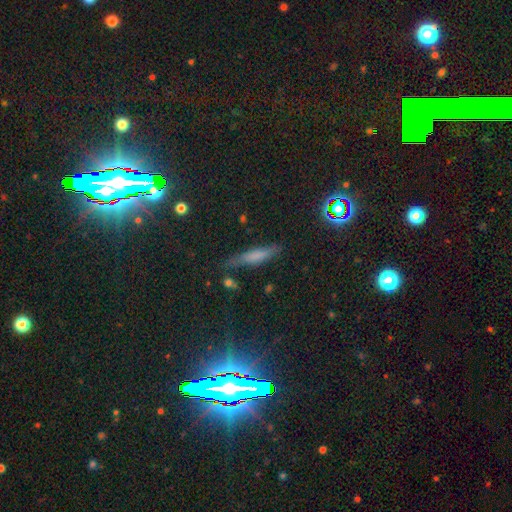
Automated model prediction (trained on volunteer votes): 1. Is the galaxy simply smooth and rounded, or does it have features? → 58% smooth, 25% featured or disk, 17% star or artifact.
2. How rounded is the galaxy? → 80% cigar-shaped, 16% in between, 4% round.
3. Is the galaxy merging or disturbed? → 69% none, 20% minor disturbance, 6% major disturbance, 4% merger.